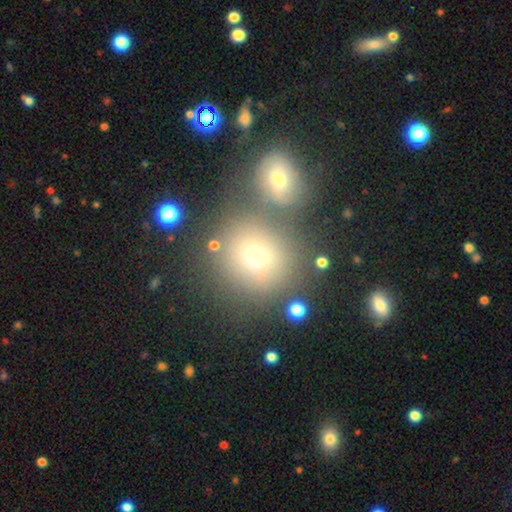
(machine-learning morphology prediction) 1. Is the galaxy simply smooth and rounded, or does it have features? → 69% smooth, 18% star or artifact, 13% featured or disk.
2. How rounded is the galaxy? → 86% round, 13% in between, 1% cigar-shaped.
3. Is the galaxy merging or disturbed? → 64% none, 22% merger, 10% minor disturbance, 4% major disturbance.